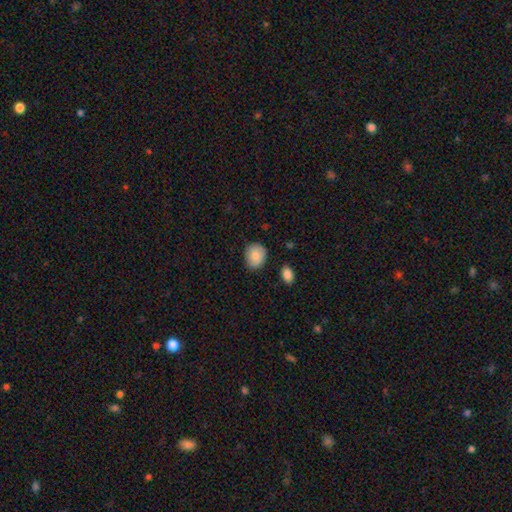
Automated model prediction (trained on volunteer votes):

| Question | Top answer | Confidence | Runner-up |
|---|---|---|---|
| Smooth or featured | smooth | 86% | featured or disk (7%) |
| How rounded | round | 56% | in between (43%) |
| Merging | none | 81% | minor disturbance (14%) |